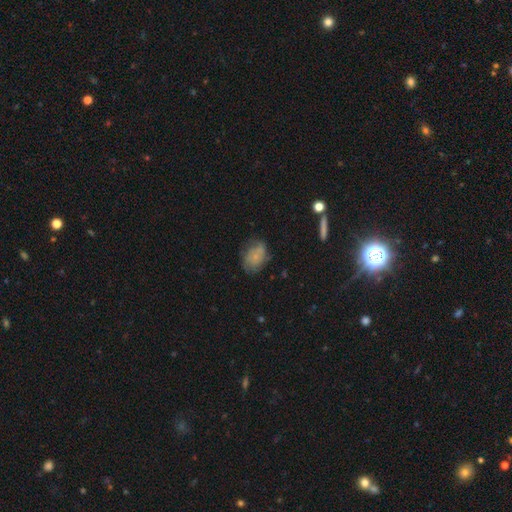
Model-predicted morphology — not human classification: Smooth or featured?
  - smooth: 53% *
  - featured or disk: 37%
  - star or artifact: 9%
How rounded?
  - in between: 75% *
  - round: 24%
  - cigar-shaped: 2%
Merging?
  - none: 59% *
  - minor disturbance: 27%
  - major disturbance: 11%
  - merger: 2%